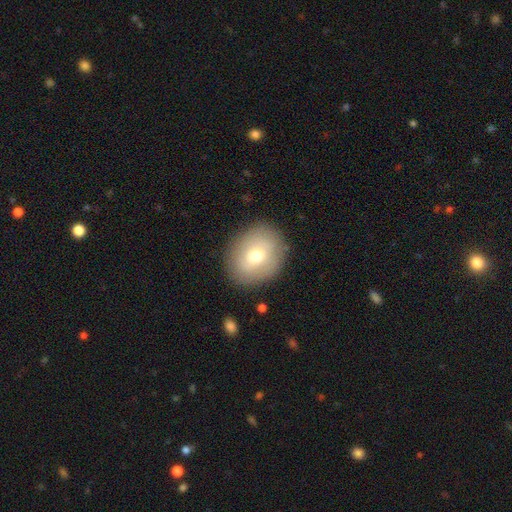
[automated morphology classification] smooth 66%, featured or disk 26%, star or artifact 9%. Down the decision tree: how rounded — round (53%); merging — none (85%).